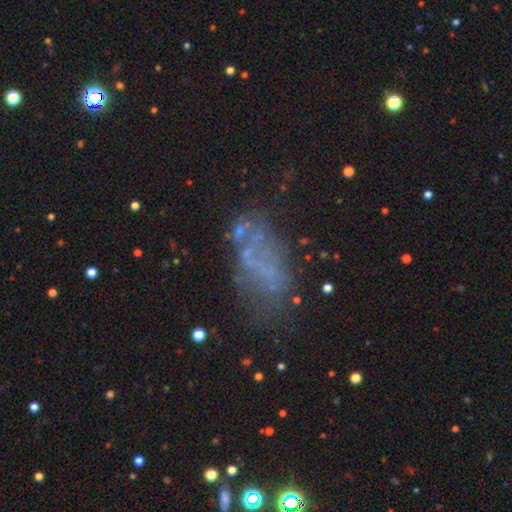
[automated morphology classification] type=featured or disk (39%); merging=none (50%).